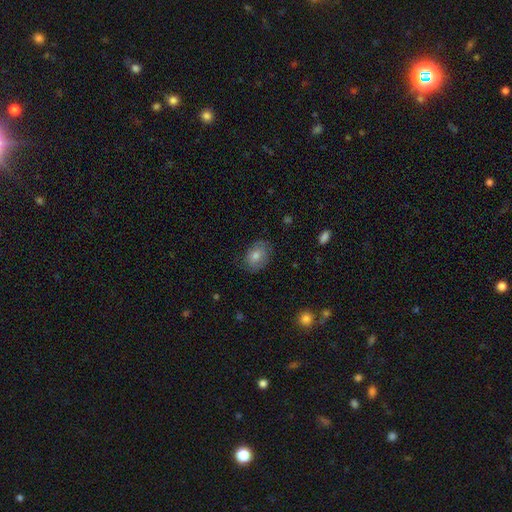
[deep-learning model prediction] The model was most divided on "smooth or featured": smooth: 64%, featured or disk: 26%, star or artifact: 9%. More confident: merging — none (77%); how rounded — in between (73%).